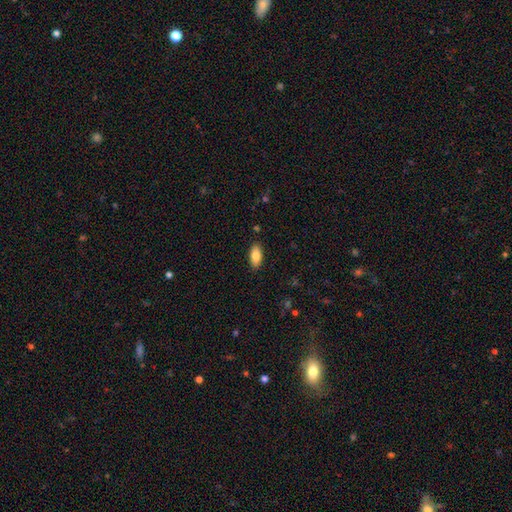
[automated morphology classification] This is clearly a smooth galaxy (84%). How rounded: clearly in between (89%). Merging: clearly none (88%).